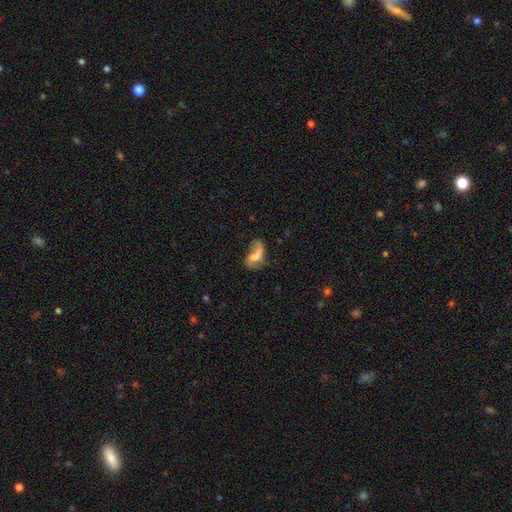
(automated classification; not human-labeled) featured or disk 55%, smooth 35%, star or artifact 10%. Down the decision tree: edge-on disk — no (96%); bar — no (47%); spiral arms — yes (75%); bulge size — none (50%); merging — none (37%).